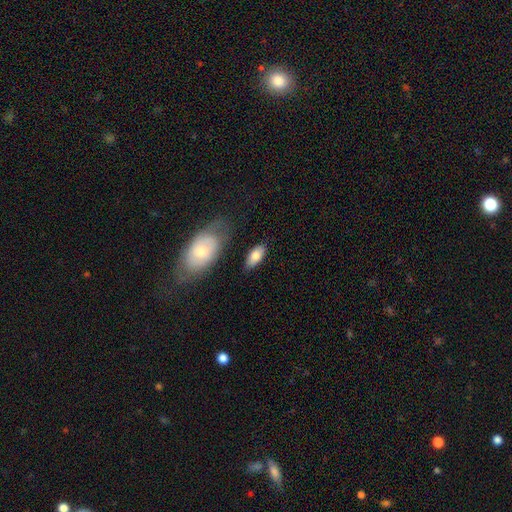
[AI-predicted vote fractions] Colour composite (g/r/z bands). It shows a smooth galaxy with no disk features (77%) that is in between round and cigar-shaped (90%). Merging: none (75%).